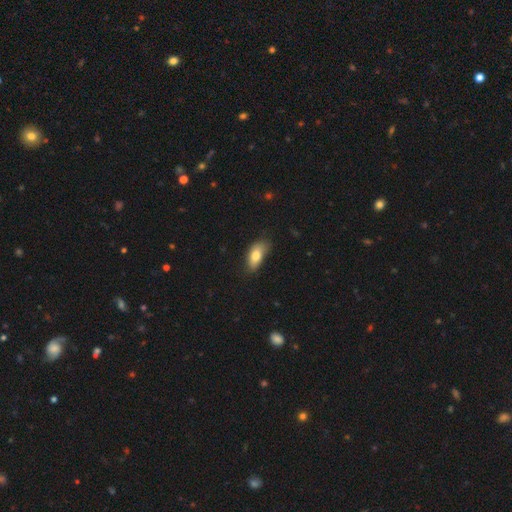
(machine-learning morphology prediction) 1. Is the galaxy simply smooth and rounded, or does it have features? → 79% smooth, 14% featured or disk, 7% star or artifact.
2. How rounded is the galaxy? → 87% in between, 9% cigar-shaped, 4% round.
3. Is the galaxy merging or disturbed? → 59% none, 31% minor disturbance, 8% major disturbance, 2% merger.